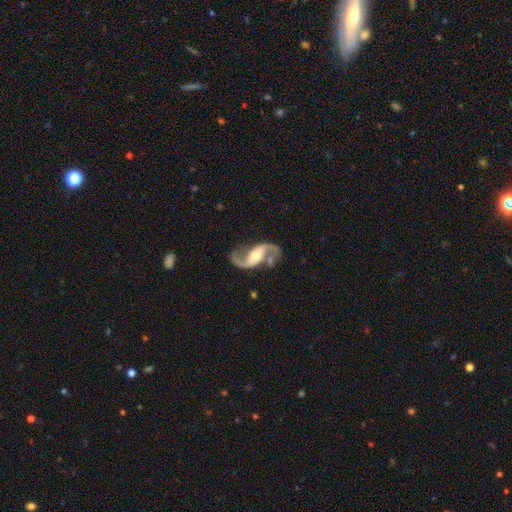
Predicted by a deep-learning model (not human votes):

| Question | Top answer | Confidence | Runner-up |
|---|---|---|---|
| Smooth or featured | featured or disk | 92% | star or artifact (4%) |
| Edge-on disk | no | 97% | yes (3%) |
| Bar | no | 42% | weak (34%) |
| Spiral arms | yes | 98% | no (2%) |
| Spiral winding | loose | 61% | medium (32%) |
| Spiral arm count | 2 | 94% | 1 (2%) |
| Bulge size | moderate | 59% | small (30%) |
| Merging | none | 75% | minor disturbance (13%) |